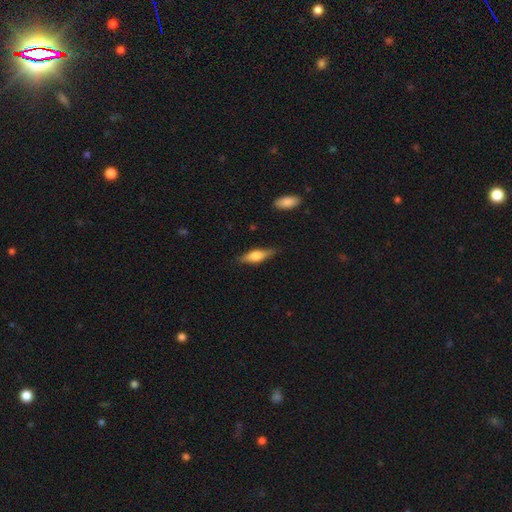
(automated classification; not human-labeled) A smooth galaxy with no disk features (52%) that is cigar-shaped (55%).

Vote fractions:
- Smooth or featured? smooth: 52% / featured or disk: 41% / star or artifact: 6%
- How rounded? cigar-shaped: 55% / in between: 42% / round: 3%
- Merging? none: 83% / minor disturbance: 12% / major disturbance: 3% / merger: 1%